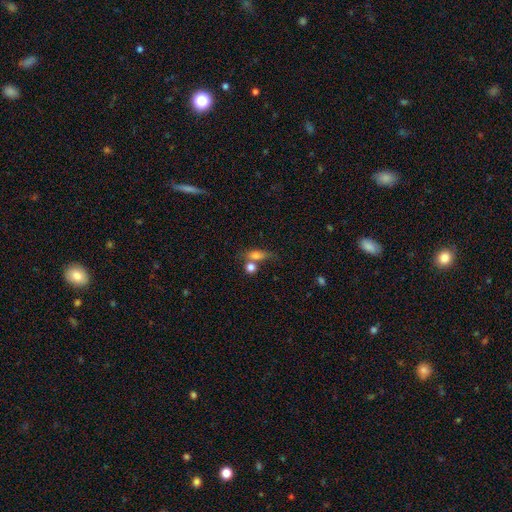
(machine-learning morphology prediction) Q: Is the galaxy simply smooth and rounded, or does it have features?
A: smooth — 74%.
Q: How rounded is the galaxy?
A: in between — 62%.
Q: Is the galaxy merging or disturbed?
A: none — 44%.